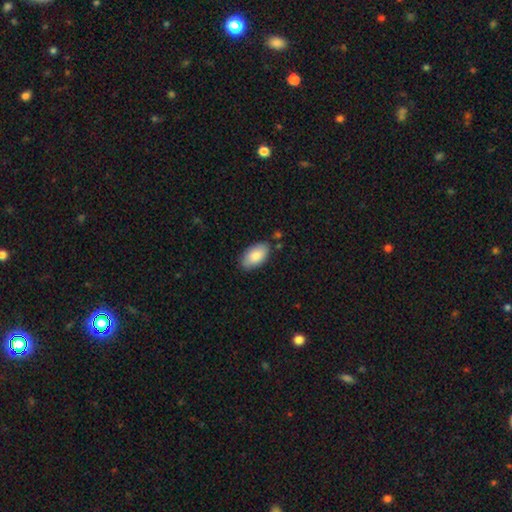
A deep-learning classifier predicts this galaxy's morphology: type=smooth (84%); roundness=in between (95%); merging=none (82%).